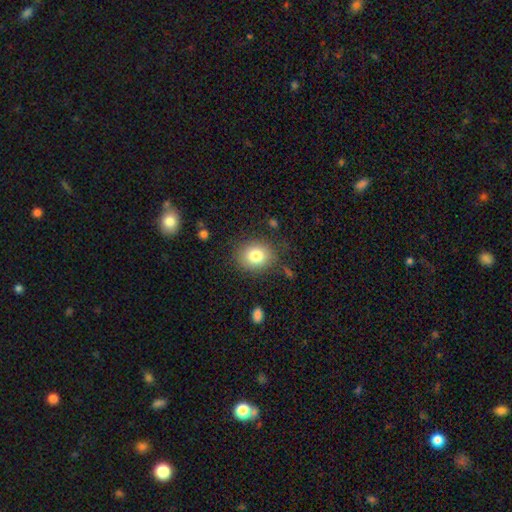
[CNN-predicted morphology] This is clearly a smooth galaxy (80%). How rounded: likely round (60%). Merging: clearly none (81%).